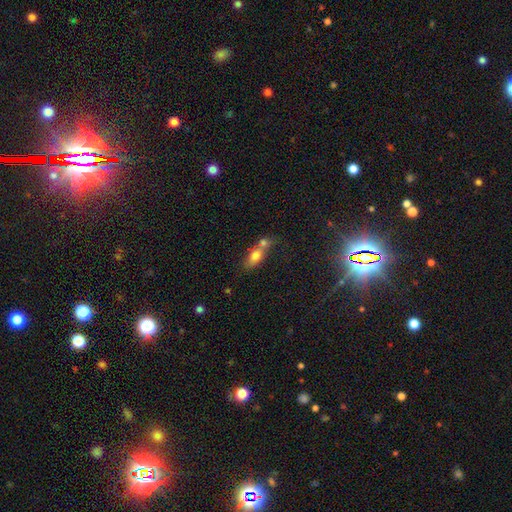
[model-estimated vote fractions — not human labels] Overall: smooth (73%). How rounded: in between (77%). Merging: merger (54%; none 30%).